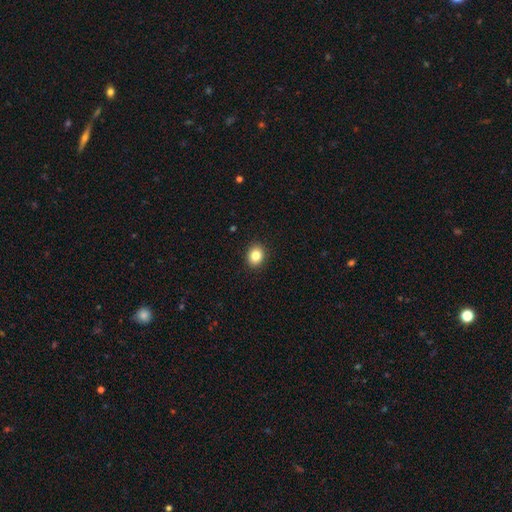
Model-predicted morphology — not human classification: This is clearly a smooth galaxy (83%). How rounded: likely round (66%). Merging: clearly none (91%).